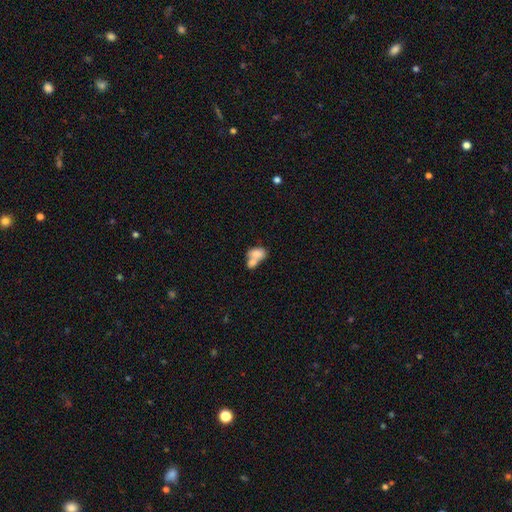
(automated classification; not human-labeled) A smooth galaxy with no disk features (71%) that is in between round and cigar-shaped (79%).

Vote fractions:
- Smooth or featured? smooth: 71% / featured or disk: 20% / star or artifact: 8%
- How rounded? in between: 79% / round: 19% / cigar-shaped: 2%
- Merging? merger: 71% / none: 16% / minor disturbance: 7% / major disturbance: 5%